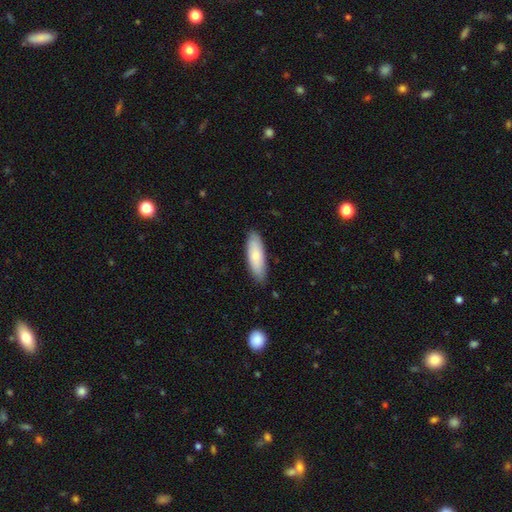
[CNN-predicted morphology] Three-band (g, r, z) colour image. It shows a smooth galaxy with no disk features (76%) that is in between round and cigar-shaped (54%). Merging: none (85%).